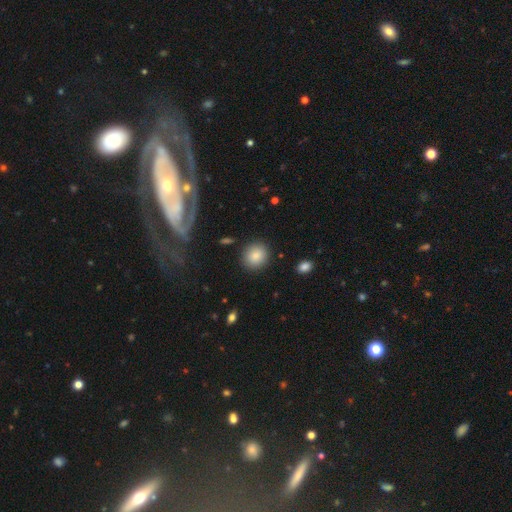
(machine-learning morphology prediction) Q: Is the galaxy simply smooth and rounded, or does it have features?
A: smooth — 86%.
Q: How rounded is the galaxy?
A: round — 84%.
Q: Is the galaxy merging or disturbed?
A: none — 89%.